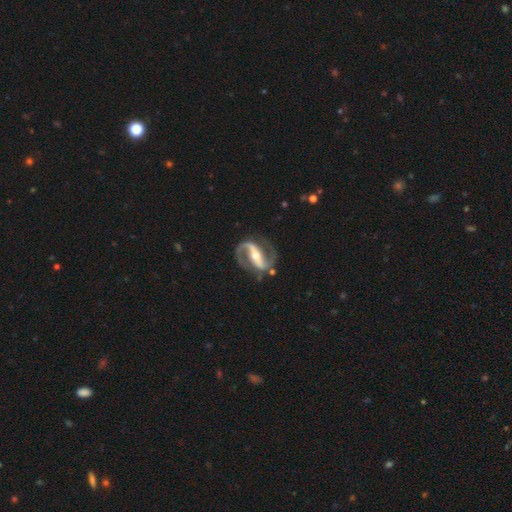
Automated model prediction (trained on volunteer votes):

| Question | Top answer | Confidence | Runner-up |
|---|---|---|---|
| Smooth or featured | featured or disk | 92% | star or artifact (4%) |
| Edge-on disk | no | 97% | yes (3%) |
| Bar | strong | 67% | weak (21%) |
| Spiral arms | yes | 97% | no (3%) |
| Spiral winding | medium | 54% | loose (28%) |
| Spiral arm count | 2 | 93% | 1 (3%) |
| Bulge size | moderate | 57% | small (36%) |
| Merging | none | 80% | minor disturbance (12%) |